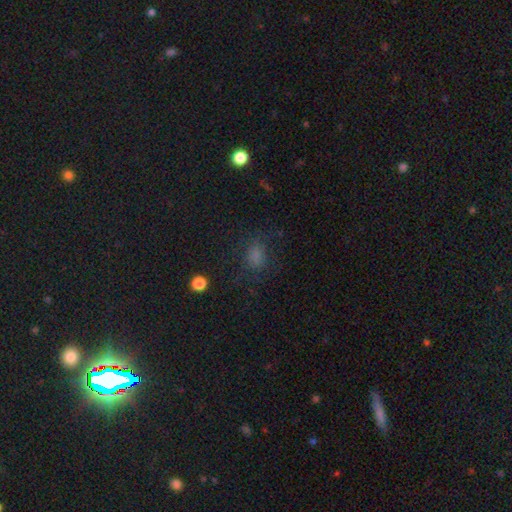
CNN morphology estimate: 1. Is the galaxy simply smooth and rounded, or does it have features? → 70% smooth, 20% star or artifact, 9% featured or disk.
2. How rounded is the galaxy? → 57% in between, 41% round, 2% cigar-shaped.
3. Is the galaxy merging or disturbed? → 67% none, 18% minor disturbance, 13% major disturbance, 2% merger.